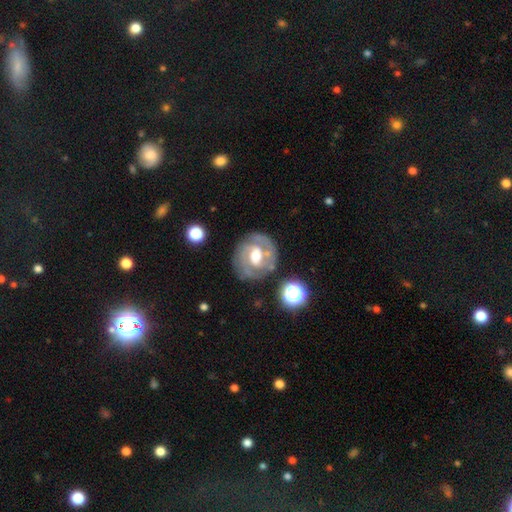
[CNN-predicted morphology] Q: Smooth or featured?
A: featured or disk (81%); runner-up: smooth (13%)
Q: Edge-on disk?
A: no (97%); runner-up: yes (3%)
Q: Bar?
A: weak (50%); runner-up: no (30%)
Q: Spiral arms?
A: yes (90%); runner-up: no (10%)
Q: Spiral winding?
A: tight (55%); runner-up: medium (36%)
Q: Spiral arm count?
A: 2 (67%); runner-up: can't tell (15%)
Q: Bulge size?
A: moderate (68%); runner-up: large (17%)
Q: Merging?
A: none (76%); runner-up: minor disturbance (15%)